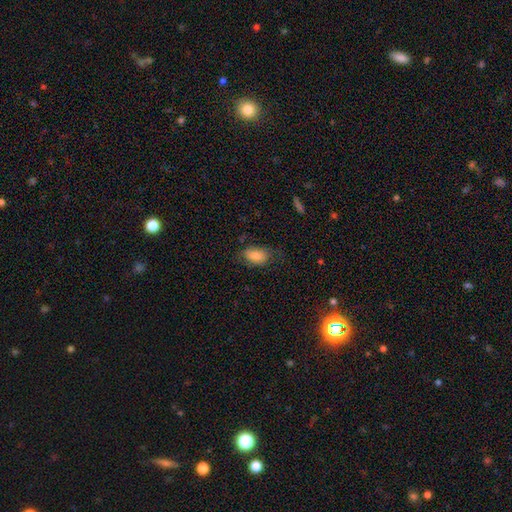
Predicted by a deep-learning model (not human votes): A smooth galaxy with no disk features (78%) that is in between round and cigar-shaped (91%).

Vote fractions:
- Smooth or featured? smooth: 78% / featured or disk: 15% / star or artifact: 7%
- How rounded? in between: 91% / round: 7% / cigar-shaped: 2%
- Merging? none: 58% / minor disturbance: 26% / major disturbance: 15% / merger: 2%